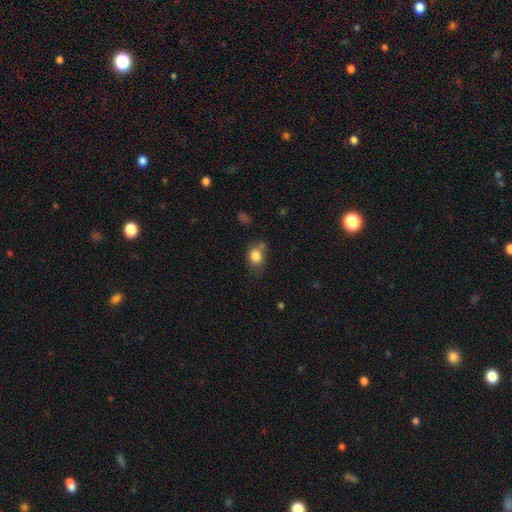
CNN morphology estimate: type=smooth (83%); roundness=round (54%); merging=none (60%).